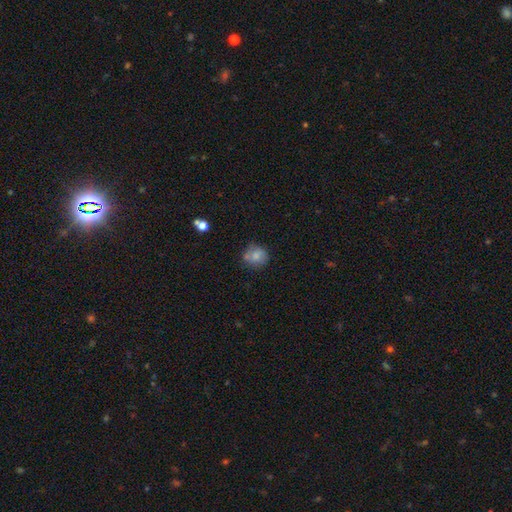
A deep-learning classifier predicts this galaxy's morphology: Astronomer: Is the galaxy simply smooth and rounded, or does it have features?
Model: smooth — 74%.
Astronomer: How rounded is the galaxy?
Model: round — 77%.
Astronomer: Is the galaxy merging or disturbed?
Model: none — 62%.